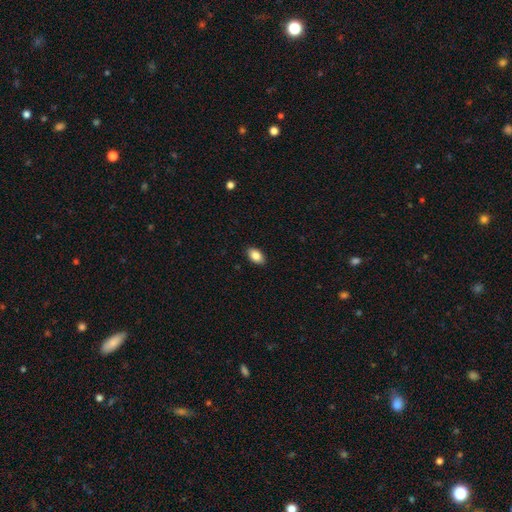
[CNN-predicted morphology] Q: Smooth or featured?
A: smooth (86%); runner-up: star or artifact (8%)
Q: How rounded?
A: in between (91%); runner-up: round (7%)
Q: Merging?
A: none (90%); runner-up: minor disturbance (8%)